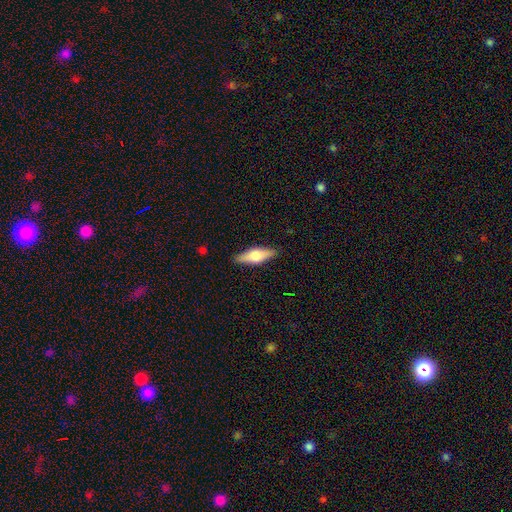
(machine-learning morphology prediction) Overall: smooth (53%; featured or disk 41%). How rounded: in between (53%; cigar-shaped 44%). Merging: none (88%).